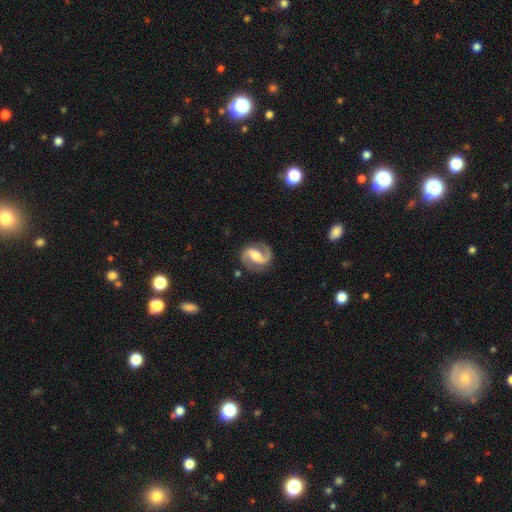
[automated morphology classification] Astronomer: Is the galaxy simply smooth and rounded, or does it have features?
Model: featured or disk — 88%.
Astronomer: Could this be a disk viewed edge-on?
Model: no — 98%.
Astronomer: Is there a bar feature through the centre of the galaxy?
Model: strong — 41% (runner-up: weak, 40%).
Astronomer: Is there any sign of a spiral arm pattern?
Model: yes — 97%.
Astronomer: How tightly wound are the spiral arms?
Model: medium — 57%.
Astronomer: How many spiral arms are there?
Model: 2 — 93%.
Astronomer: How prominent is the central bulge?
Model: moderate — 52%.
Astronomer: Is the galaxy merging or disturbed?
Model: none — 83%.